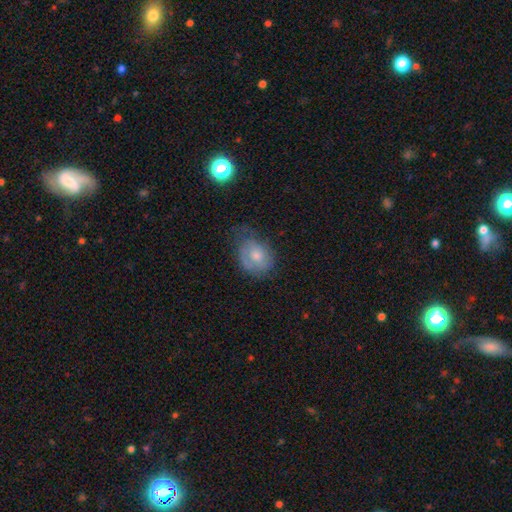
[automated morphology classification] Overall: smooth (58%; featured or disk 34%). How rounded: in between (52%; round 46%). Merging: none (46%; minor disturbance 35%).